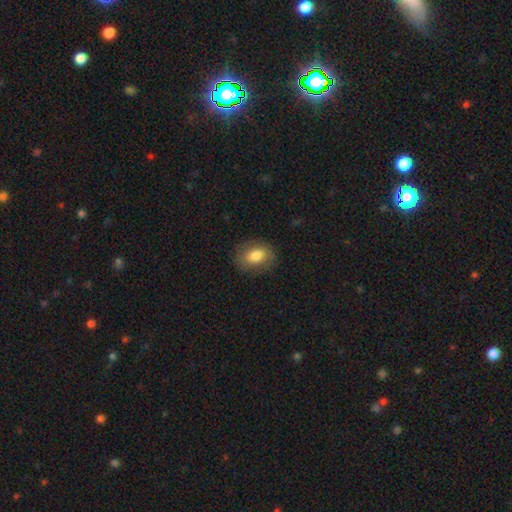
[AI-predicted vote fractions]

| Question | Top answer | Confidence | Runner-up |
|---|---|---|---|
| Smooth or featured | smooth | 78% | featured or disk (14%) |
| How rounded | in between | 72% | round (27%) |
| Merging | none | 82% | minor disturbance (13%) |